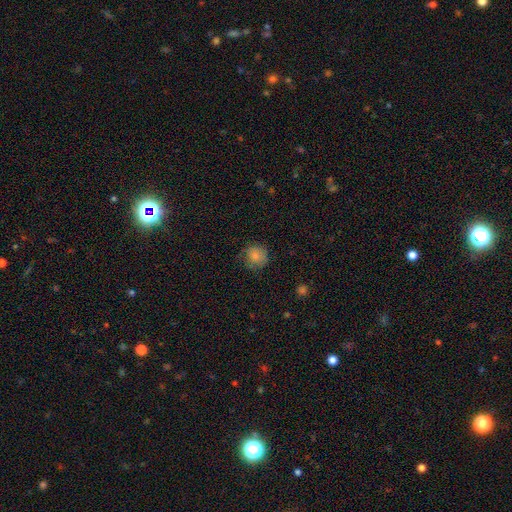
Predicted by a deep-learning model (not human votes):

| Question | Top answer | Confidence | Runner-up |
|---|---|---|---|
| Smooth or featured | smooth | 79% | featured or disk (11%) |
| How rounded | round | 86% | in between (13%) |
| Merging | none | 69% | minor disturbance (22%) |